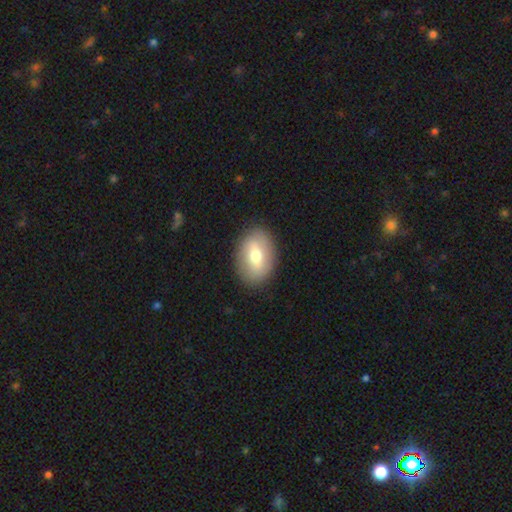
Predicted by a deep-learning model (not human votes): This appears to be a smooth galaxy with no disk features (59%) that is in between round and cigar-shaped (82%). Merging: none (87%).